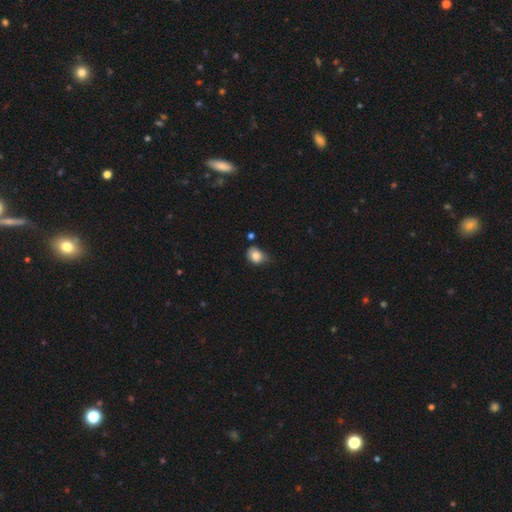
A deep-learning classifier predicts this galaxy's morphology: Smooth or featured: smooth — 81% (star or artifact — 9%)
How rounded: in between — 51% (round — 48%)
Merging: none — 50% (minor disturbance — 38%)